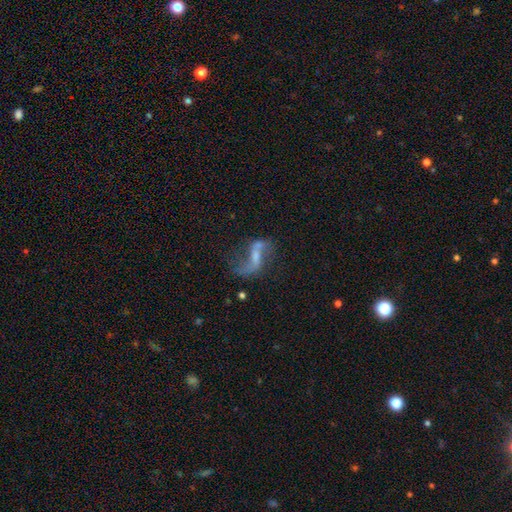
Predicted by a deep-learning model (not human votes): This appears to be a featured or disk galaxy (77%) with a weak bar (44%), 2 (84%) loose (86%) spiral arms (86%) and a small central bulge (35%). Merging: none (47%).